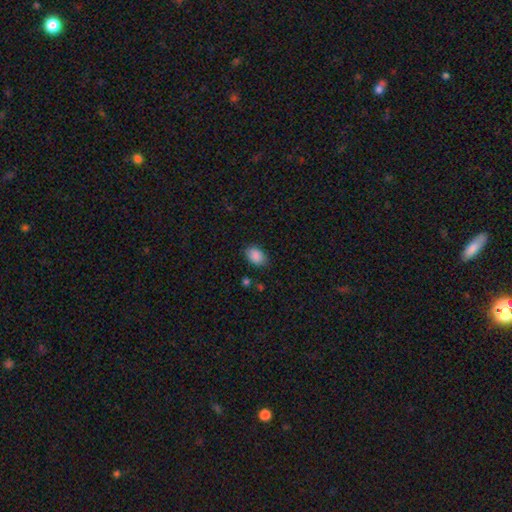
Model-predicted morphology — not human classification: Smooth or featured?
  - smooth: 88% *
  - star or artifact: 8%
  - featured or disk: 3%
How rounded?
  - in between: 82% *
  - round: 17%
  - cigar-shaped: 1%
Merging?
  - none: 83% *
  - minor disturbance: 12%
  - major disturbance: 3%
  - merger: 2%